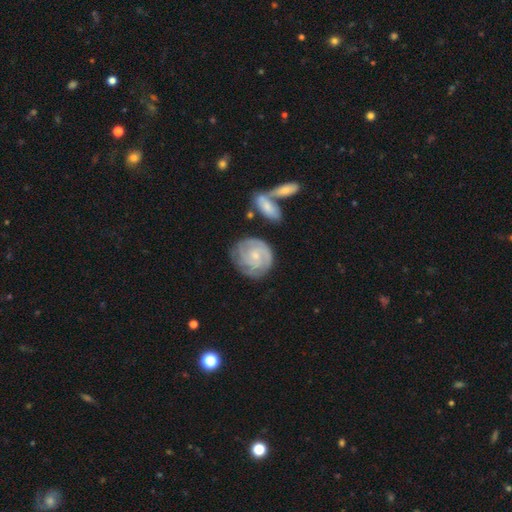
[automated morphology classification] Smooth or featured? Predicted: featured or disk (p=0.74). Edge-on disk? Predicted: no (p=0.98). Bar? Predicted: no (p=0.70). Spiral arms? Predicted: yes (p=0.92). Spiral winding? Predicted: tight (p=0.70). Spiral arm count? Predicted: can't tell (p=0.35). Bulge size? Predicted: small (p=0.71). Merging? Predicted: none (p=0.68).